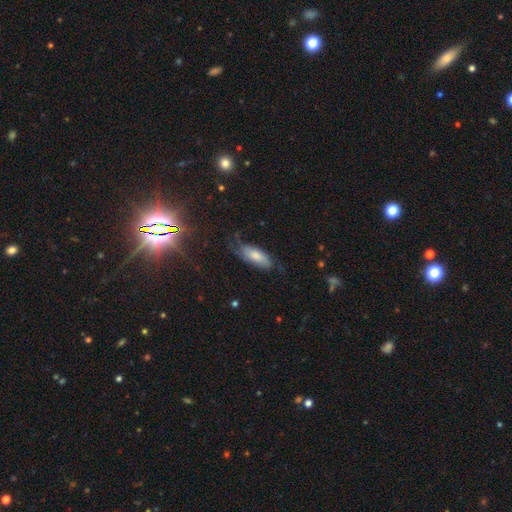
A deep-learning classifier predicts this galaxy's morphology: Smooth or featured? Predicted: smooth (p=0.56). How rounded? Predicted: in between (p=0.77). Merging? Predicted: none (p=0.52).